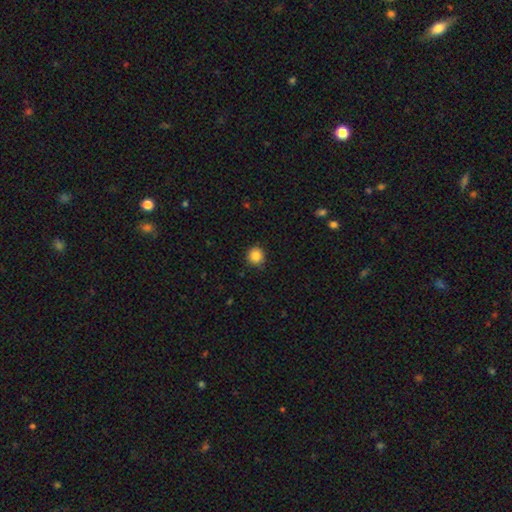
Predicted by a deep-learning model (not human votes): This is clearly a smooth galaxy (86%). How rounded: clearly round (94%). Merging: clearly none (89%).